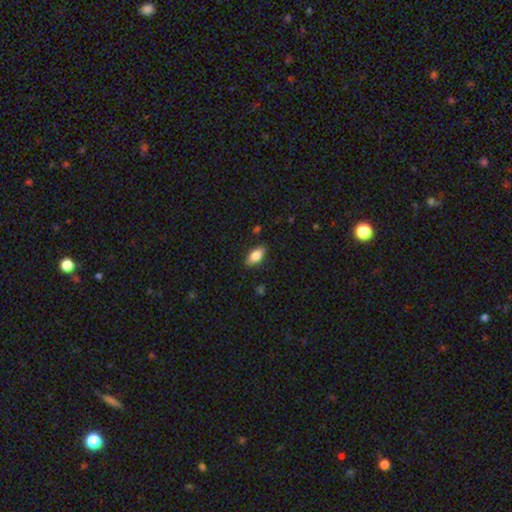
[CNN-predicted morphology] This is likely a smooth galaxy (78%). How rounded: clearly in between (87%). Merging: clearly none (85%).